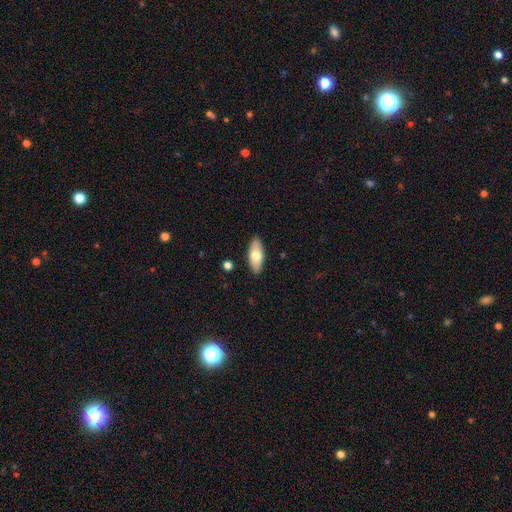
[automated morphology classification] A smooth galaxy with no disk features (70%) that is in between round and cigar-shaped (84%).

Vote fractions:
- Smooth or featured? smooth: 70% / featured or disk: 24% / star or artifact: 6%
- How rounded? in between: 84% / cigar-shaped: 13% / round: 2%
- Merging? none: 89% / minor disturbance: 8% / major disturbance: 2% / merger: 1%